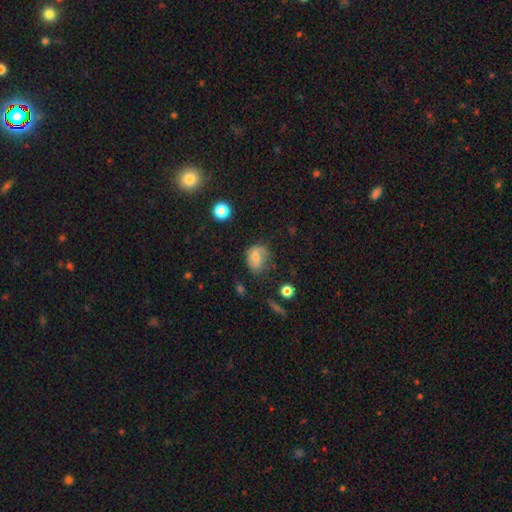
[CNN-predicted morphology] smooth 65%, featured or disk 24%, star or artifact 12%. Down the decision tree: how rounded — round (50%); merging — none (55%).